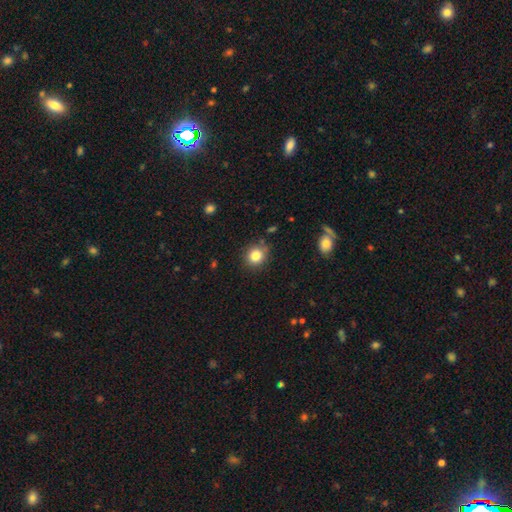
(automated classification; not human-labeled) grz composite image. It shows a smooth galaxy with no disk features (83%) that is round (83%). Merging: none (82%).